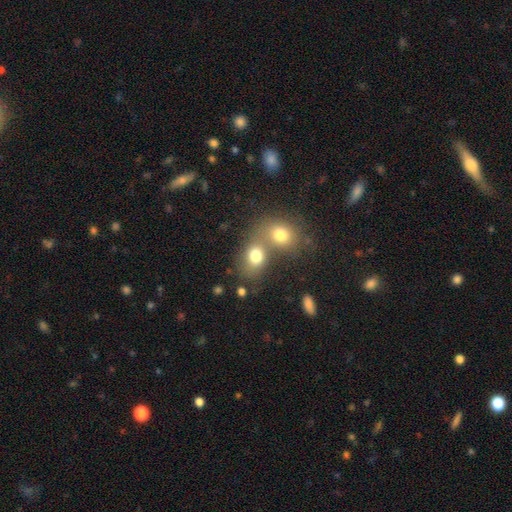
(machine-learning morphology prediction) Q: Smooth or featured?
A: smooth (76%); runner-up: featured or disk (13%)
Q: How rounded?
A: in between (56%); runner-up: round (43%)
Q: Merging?
A: merger (56%); runner-up: none (32%)